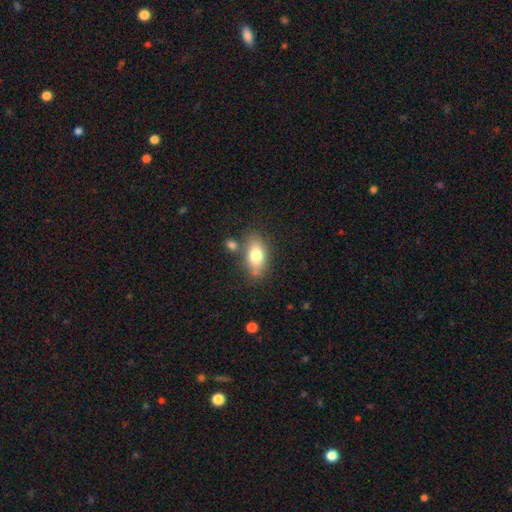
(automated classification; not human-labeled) The model was most divided on "merging": none: 69%, minor disturbance: 16%, merger: 10%, major disturbance: 4%. More confident: how rounded — in between (86%); smooth or featured — smooth (75%).